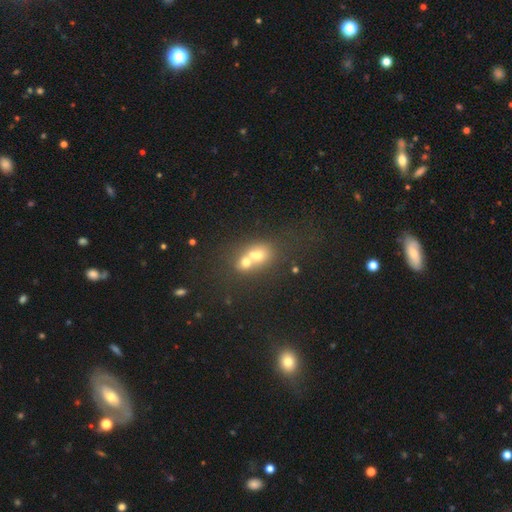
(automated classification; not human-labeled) A smooth galaxy with no disk features (57%) that is round (53%).

Vote fractions:
- Smooth or featured? smooth: 57% / featured or disk: 27% / star or artifact: 16%
- How rounded? round: 53% / in between: 45% / cigar-shaped: 2%
- Merging? merger: 68% / none: 22% / minor disturbance: 6% / major disturbance: 4%